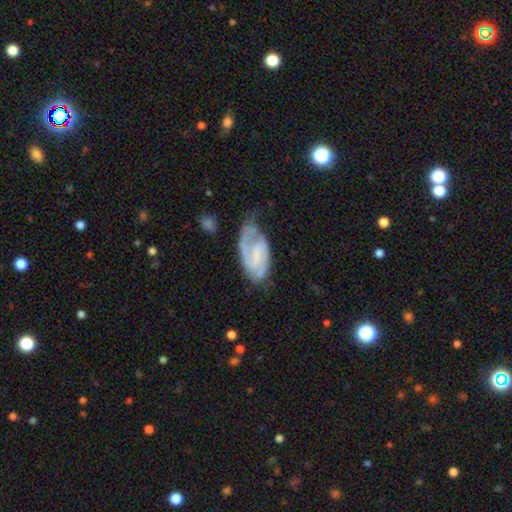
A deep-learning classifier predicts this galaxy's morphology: Overall: featured or disk (83%). Edge-on disk: no (97%). Bar: weak (49%; no 28%). Spiral arms: yes (95%). Spiral arm count: 2 (78%). Spiral winding: medium (47%; tight 38%). Bulge size: small (42%; none 41%). Merging: none (57%; minor disturbance 27%).